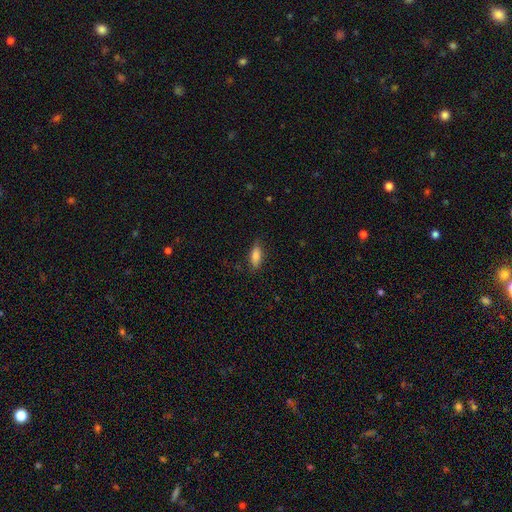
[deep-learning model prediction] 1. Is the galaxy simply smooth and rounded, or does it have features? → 80% smooth, 13% featured or disk, 7% star or artifact.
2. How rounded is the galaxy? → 72% in between, 25% cigar-shaped, 3% round.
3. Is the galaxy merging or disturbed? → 80% none, 16% minor disturbance, 3% major disturbance, 1% merger.